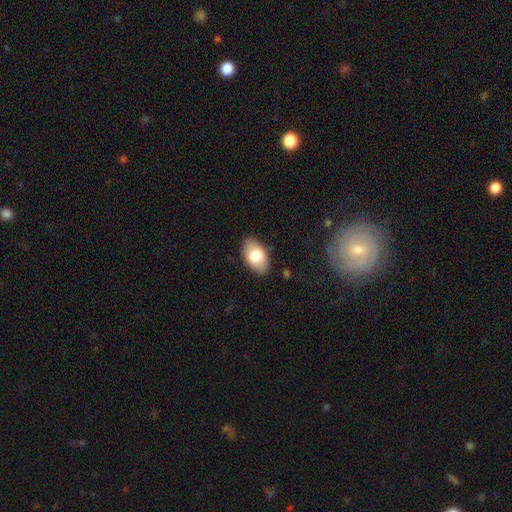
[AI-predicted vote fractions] Smooth or featured? smooth (76%)
How rounded? in between (93%)
Merging? none (85%)